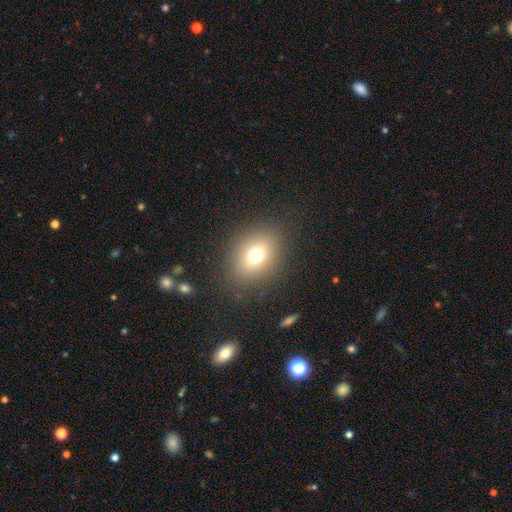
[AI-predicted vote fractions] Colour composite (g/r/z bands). It shows a smooth galaxy with no disk features (71%) that is in between round and cigar-shaped (60%). Merging: none (84%).